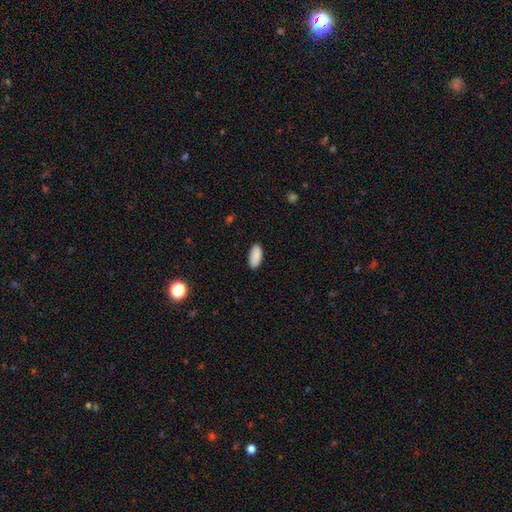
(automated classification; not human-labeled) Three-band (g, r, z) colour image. It shows a smooth galaxy with no disk features (89%) that is in between round and cigar-shaped (92%). Merging: none (88%).